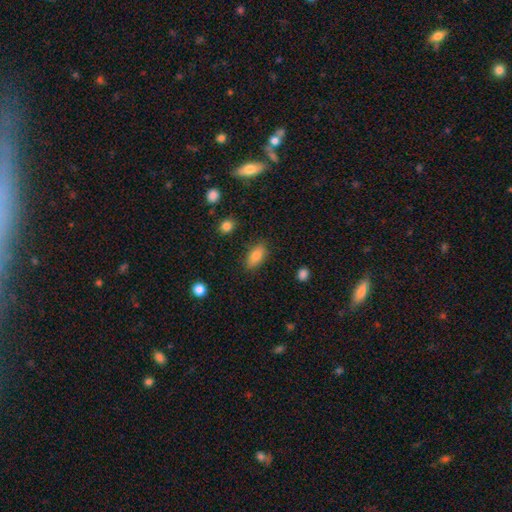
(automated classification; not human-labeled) Morphology: type=smooth (84%); roundness=in between (87%); merging=none (85%).